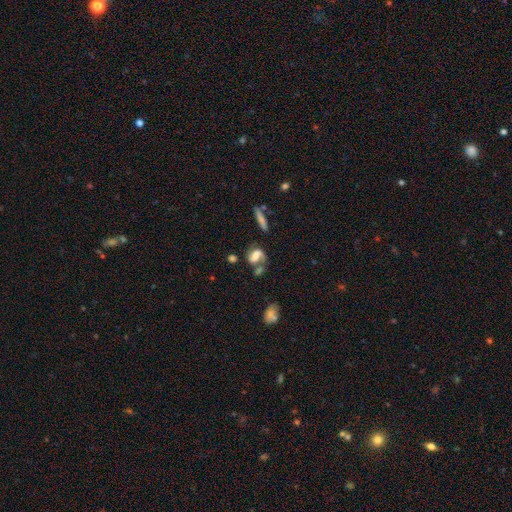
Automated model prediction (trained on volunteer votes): The model was most divided on "smooth or featured": featured or disk: 45%, smooth: 43%, star or artifact: 12%. Remaining: merging — none (35%).